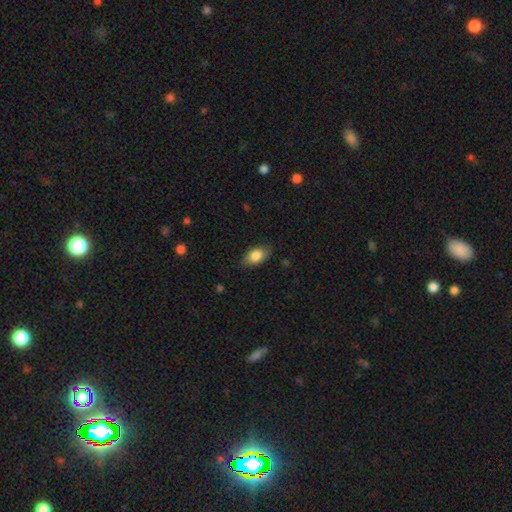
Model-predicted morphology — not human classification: A smooth galaxy with no disk features (81%) that is in between round and cigar-shaped (89%).

Vote fractions:
- Smooth or featured? smooth: 81% / featured or disk: 12% / star or artifact: 7%
- How rounded? in between: 89% / round: 7% / cigar-shaped: 4%
- Merging? none: 81% / minor disturbance: 15% / major disturbance: 3% / merger: 1%